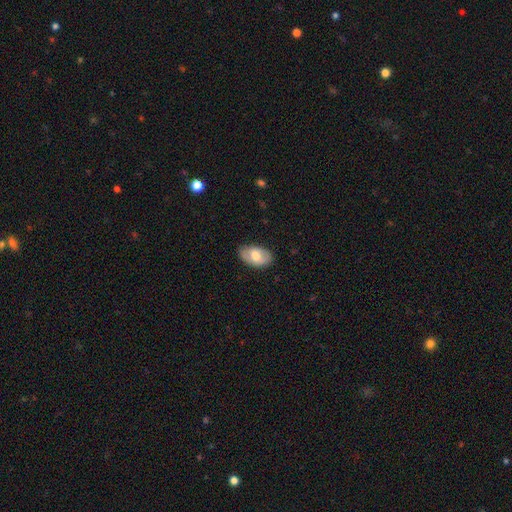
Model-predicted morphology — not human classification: The model was most divided on "smooth or featured": smooth: 63%, featured or disk: 31%, star or artifact: 6%. More confident: how rounded — in between (92%); merging — none (78%).